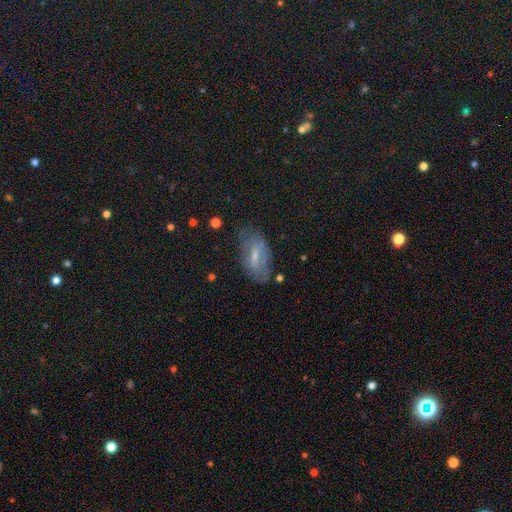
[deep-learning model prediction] This is possibly a featured or disk galaxy (46%). Merging: possibly none (59%).